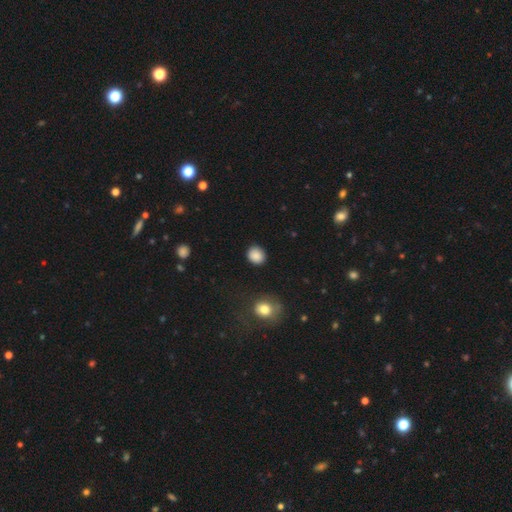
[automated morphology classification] Overall: smooth (88%). How rounded: round (78%). Merging: none (89%).